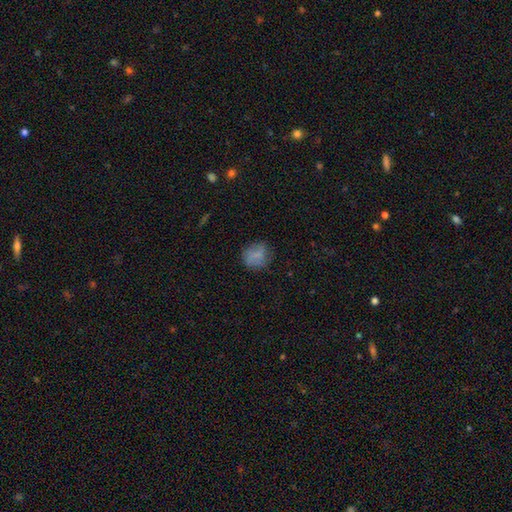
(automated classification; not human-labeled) Morphology: type=smooth (79%); roundness=round (74%); merging=none (72%).